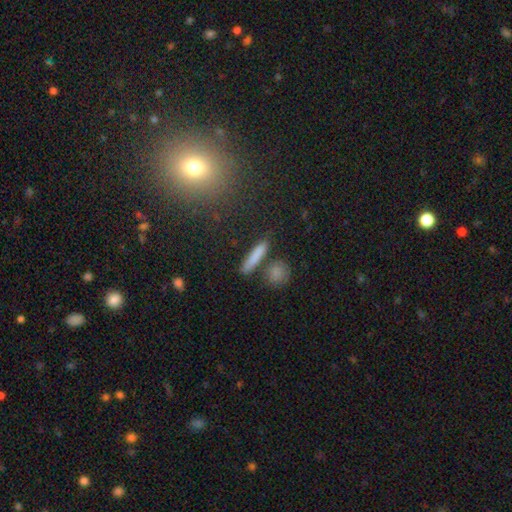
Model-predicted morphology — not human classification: Q: Smooth or featured?
A: smooth (78%); runner-up: featured or disk (13%)
Q: How rounded?
A: cigar-shaped (82%); runner-up: in between (11%)
Q: Merging?
A: none (79%); runner-up: minor disturbance (9%)